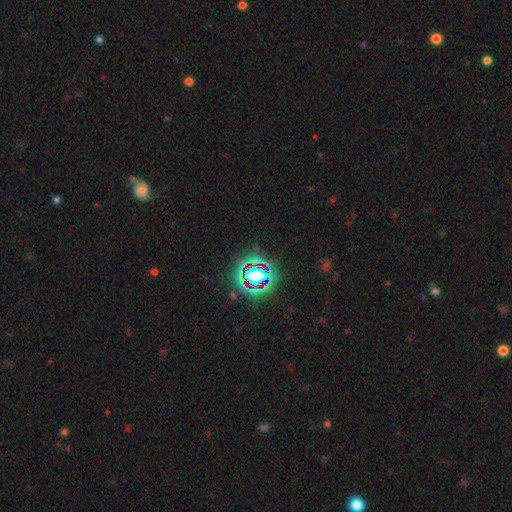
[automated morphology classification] A star or artifact, not a galaxy (79%).